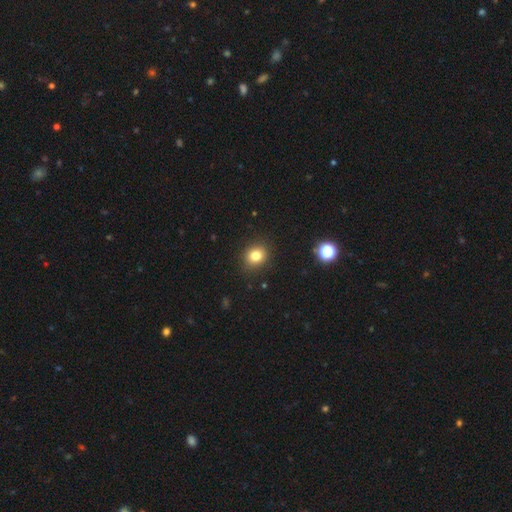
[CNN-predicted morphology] Smooth or featured: smooth — 81% (star or artifact — 13%)
How rounded: round — 70% (in between — 29%)
Merging: none — 89% (minor disturbance — 8%)